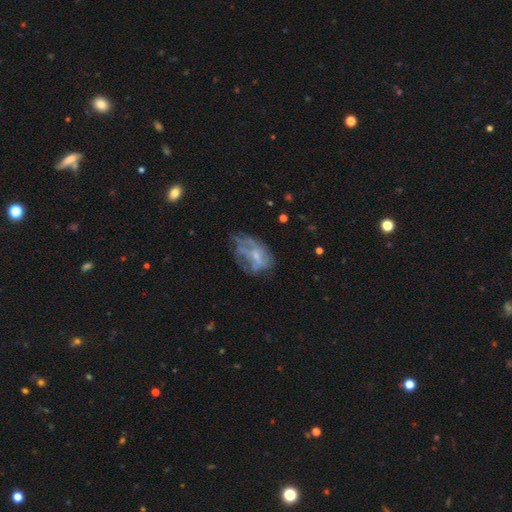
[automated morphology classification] This appears to be a featured or disk galaxy (58%) with no bar (68%), no spiral arms (64%) and a small central bulge (51%). Merging: none (39%).